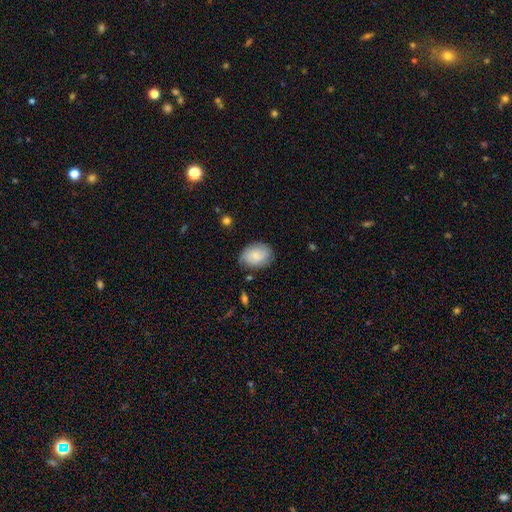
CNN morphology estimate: Smooth or featured? Predicted: smooth (p=0.74). How rounded? Predicted: in between (p=0.71). Merging? Predicted: none (p=0.79).